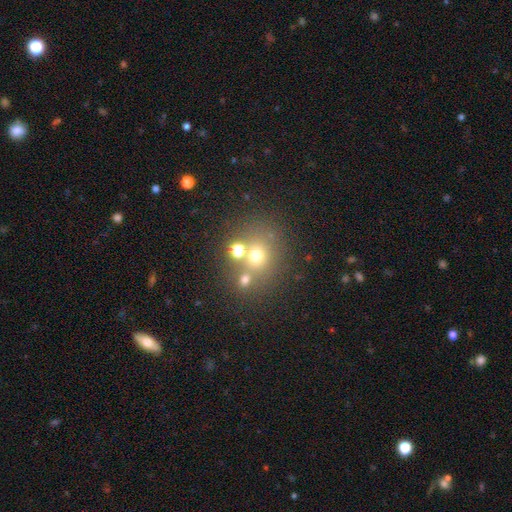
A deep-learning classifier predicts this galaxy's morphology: smooth-or-featured: smooth: 63% | star or artifact: 23% | featured or disk: 15%
  how-rounded: round: 78% | in between: 21% | cigar-shaped: 1%
  merging: none: 61% | merger: 24% | minor disturbance: 9% | major disturbance: 5%